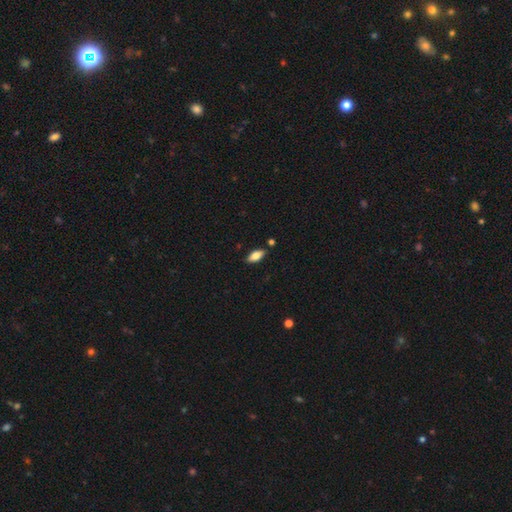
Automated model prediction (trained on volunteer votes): Morphology: type=smooth (74%); roundness=in between (84%); merging=none (85%).